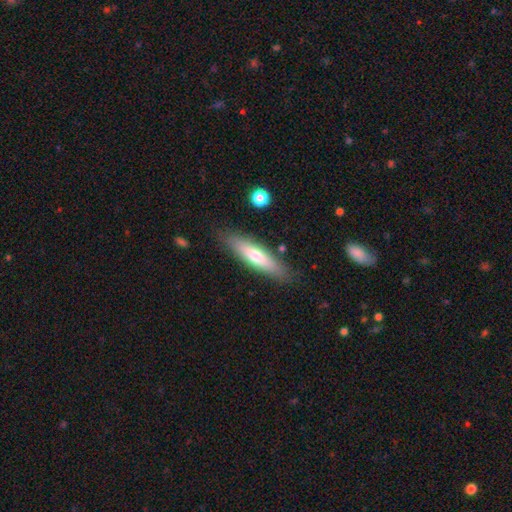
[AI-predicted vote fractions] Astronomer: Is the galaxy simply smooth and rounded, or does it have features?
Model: smooth — 62%.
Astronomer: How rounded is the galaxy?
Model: cigar-shaped — 75%.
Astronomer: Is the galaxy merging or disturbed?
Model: none — 85%.